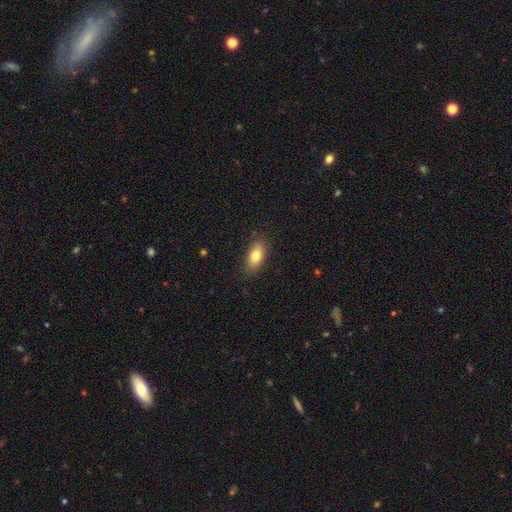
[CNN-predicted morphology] This is likely a smooth galaxy (80%). How rounded: clearly in between (86%). Merging: clearly none (83%).